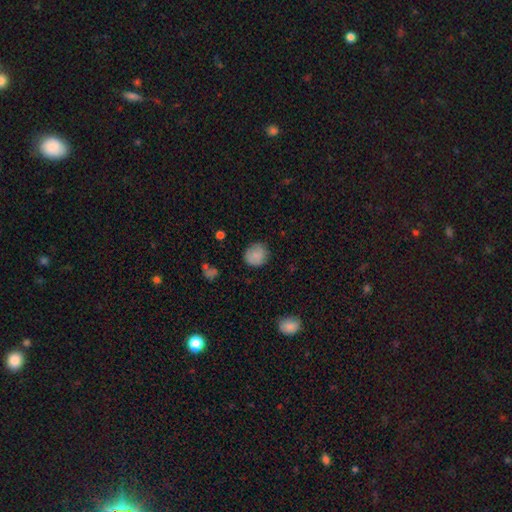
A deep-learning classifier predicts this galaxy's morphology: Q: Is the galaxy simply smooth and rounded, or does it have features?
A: smooth — 84%.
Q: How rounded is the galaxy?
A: round — 85%.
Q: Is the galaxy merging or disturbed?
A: none — 79%.